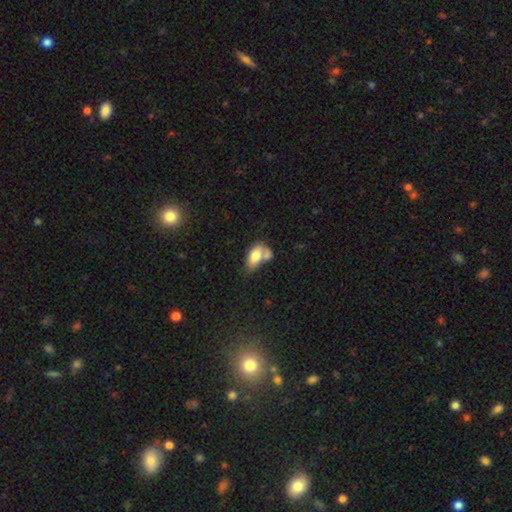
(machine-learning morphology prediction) smooth_or_featured: smooth (p=0.75) [alt: featured or disk p=0.18]
how_rounded: in between (p=0.89) [alt: round p=0.06]
merging: merger (p=0.50) [alt: none p=0.25]